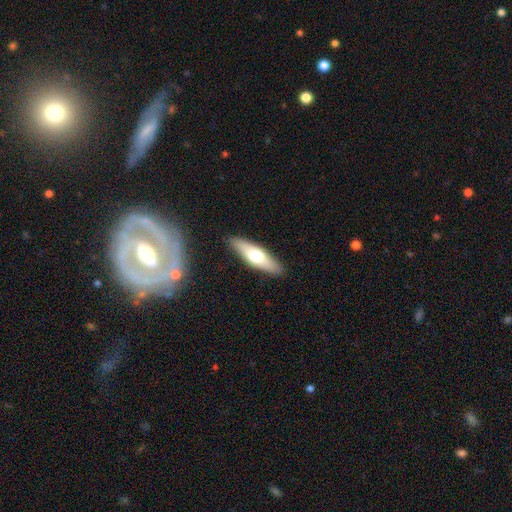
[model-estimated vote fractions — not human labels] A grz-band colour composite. It shows a smooth galaxy with no disk features (58%) that is cigar-shaped (54%). Merging: none (88%).